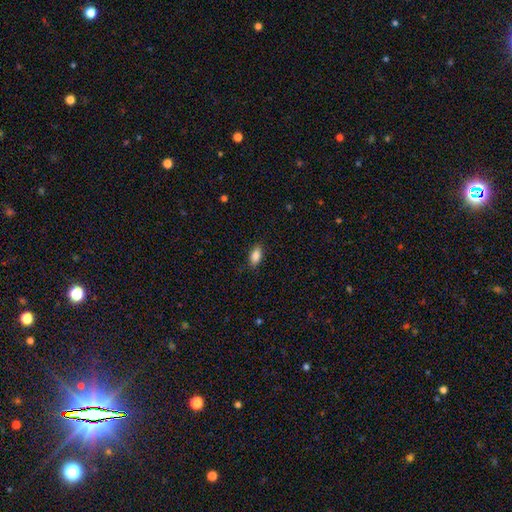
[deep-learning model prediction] smooth 87%, star or artifact 8%, featured or disk 6%. Down the decision tree: how rounded — in between (89%); merging — none (84%).